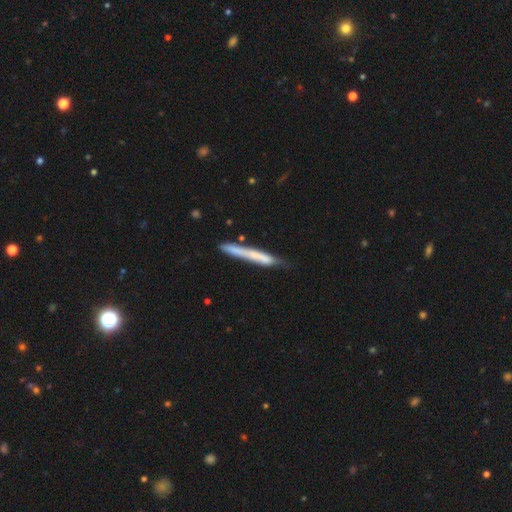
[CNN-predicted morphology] Q: Smooth or featured?
A: smooth (59%); runner-up: featured or disk (34%)
Q: How rounded?
A: cigar-shaped (96%); runner-up: in between (3%)
Q: Merging?
A: none (64%); runner-up: minor disturbance (25%)